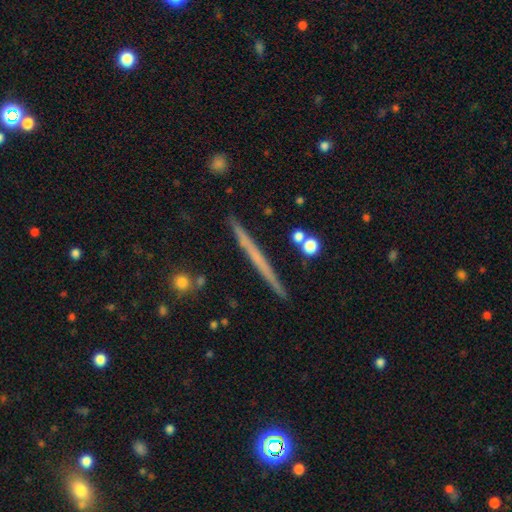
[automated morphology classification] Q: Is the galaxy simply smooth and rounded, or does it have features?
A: featured or disk — 57%.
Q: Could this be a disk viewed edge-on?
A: yes — 98%.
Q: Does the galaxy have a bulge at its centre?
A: none — 87%.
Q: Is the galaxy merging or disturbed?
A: none — 92%.